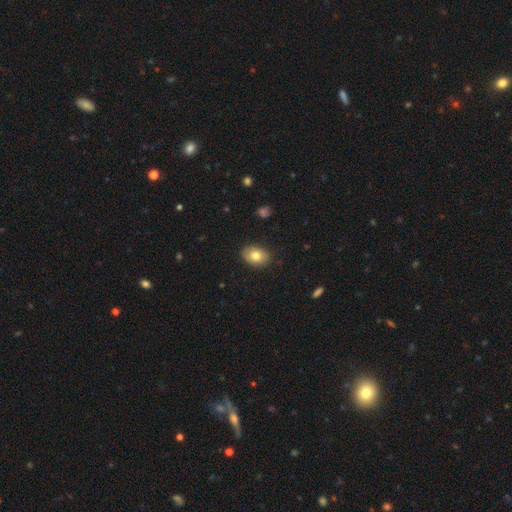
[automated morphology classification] Overall: smooth (78%). How rounded: in between (77%). Merging: none (85%).